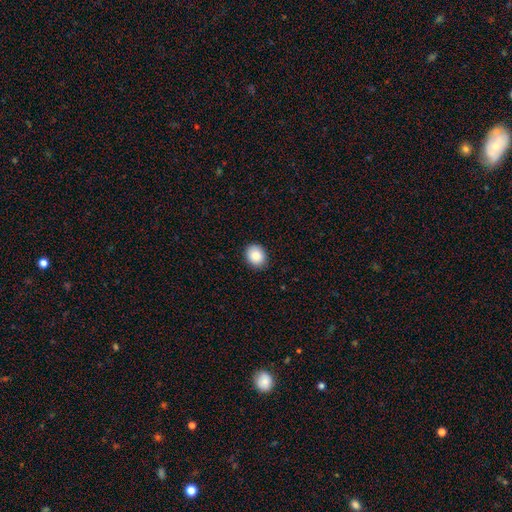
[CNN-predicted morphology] A smooth galaxy with no disk features (87%) that is round (55%).

Vote fractions:
- Smooth or featured? smooth: 87% / star or artifact: 8% / featured or disk: 5%
- How rounded? round: 55% / in between: 44% / cigar-shaped: 1%
- Merging? none: 90% / minor disturbance: 8% / major disturbance: 2% / merger: 1%